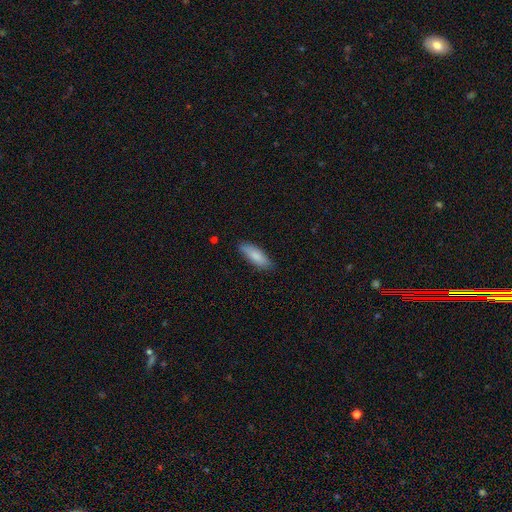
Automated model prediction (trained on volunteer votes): Morphology: type=smooth (83%); roundness=in between (54%); merging=none (83%).